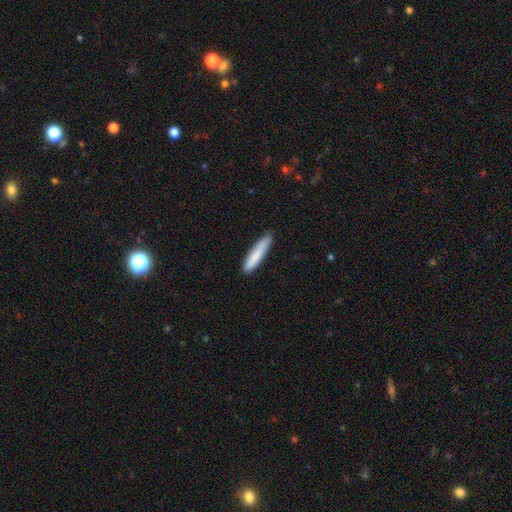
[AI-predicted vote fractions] Q: Smooth or featured?
A: smooth (82%); runner-up: featured or disk (13%)
Q: How rounded?
A: cigar-shaped (89%); runner-up: in between (10%)
Q: Merging?
A: none (82%); runner-up: minor disturbance (15%)